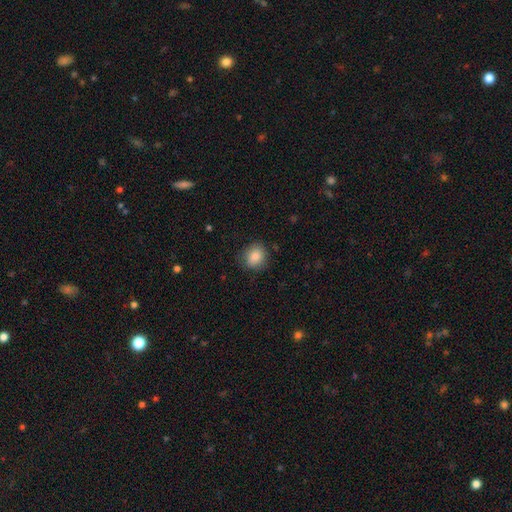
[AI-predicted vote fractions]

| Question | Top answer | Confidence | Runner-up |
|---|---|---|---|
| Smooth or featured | smooth | 87% | star or artifact (8%) |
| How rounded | round | 64% | in between (35%) |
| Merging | none | 79% | minor disturbance (15%) |